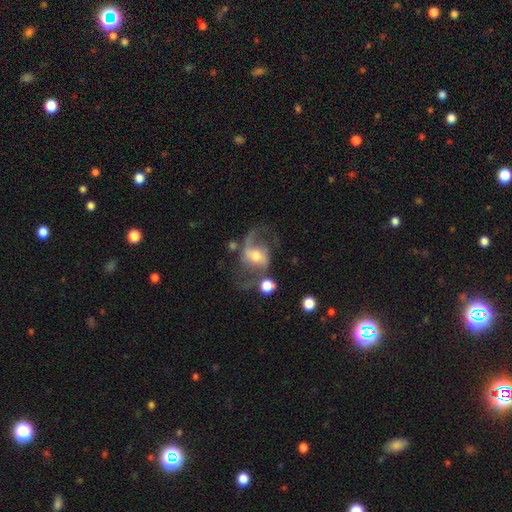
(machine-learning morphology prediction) Smooth or featured: featured or disk — 82% (smooth — 11%)
Edge-on disk: no — 97% (yes — 3%)
Bar: weak — 41% (no — 32%)
Spiral arms: yes — 92% (no — 8%)
Spiral winding: loose — 58% (medium — 35%)
Spiral arm count: 2 — 88% (1 — 5%)
Bulge size: moderate — 61% (small — 29%)
Merging: none — 52% (major disturbance — 20%)